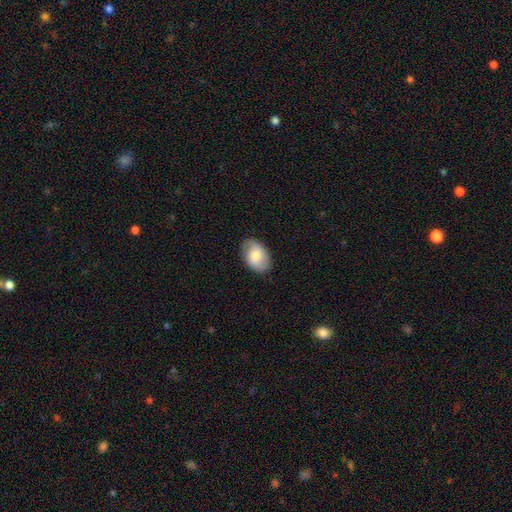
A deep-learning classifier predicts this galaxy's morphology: smooth 64%, featured or disk 29%, star or artifact 7%. Down the decision tree: how rounded — in between (86%); merging — none (81%).